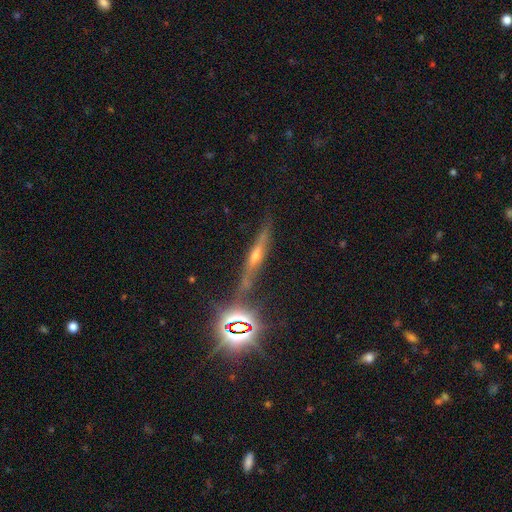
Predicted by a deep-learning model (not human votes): This is possibly a featured or disk galaxy (53%). It is clearly viewed edge-on (89%). Merging: likely none (77%).